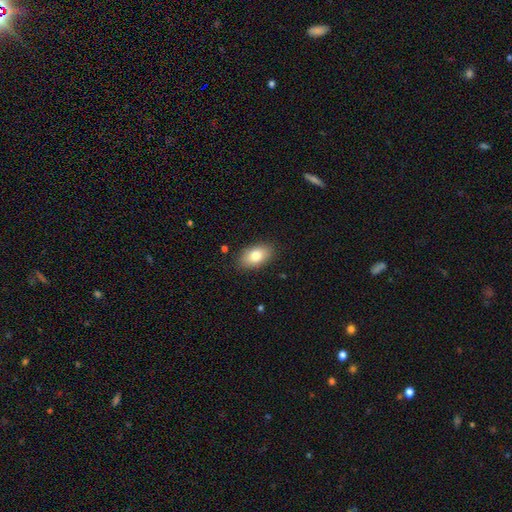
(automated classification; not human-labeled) Smooth or featured: smooth — 81% (featured or disk — 12%)
How rounded: in between — 92% (round — 6%)
Merging: none — 86% (minor disturbance — 10%)